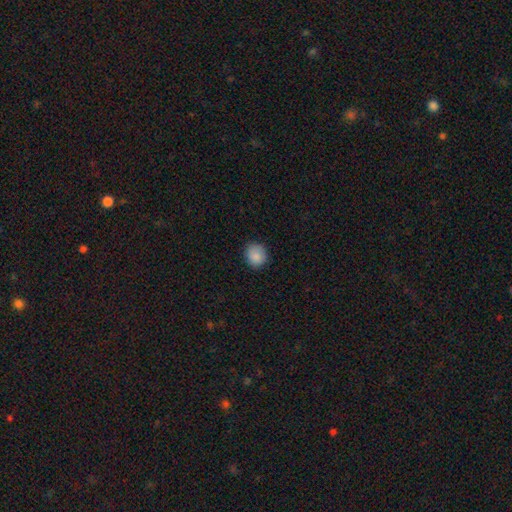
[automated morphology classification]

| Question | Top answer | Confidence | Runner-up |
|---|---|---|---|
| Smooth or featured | smooth | 87% | star or artifact (9%) |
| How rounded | round | 78% | in between (21%) |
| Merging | none | 84% | minor disturbance (12%) |